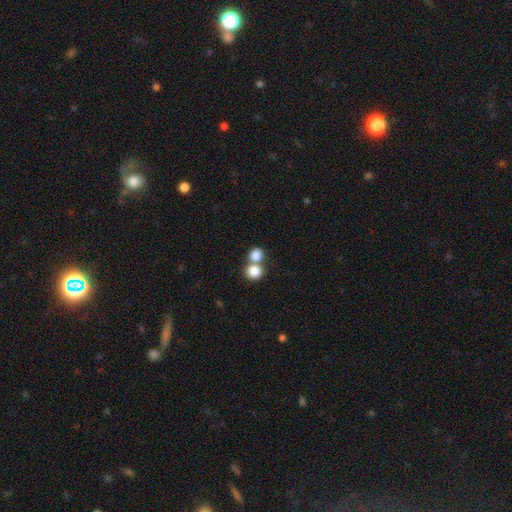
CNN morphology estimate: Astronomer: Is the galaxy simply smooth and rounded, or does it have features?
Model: smooth — 81%.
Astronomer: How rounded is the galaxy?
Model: round — 82%.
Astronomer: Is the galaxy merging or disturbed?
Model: merger — 51% (runner-up: none, 40%).